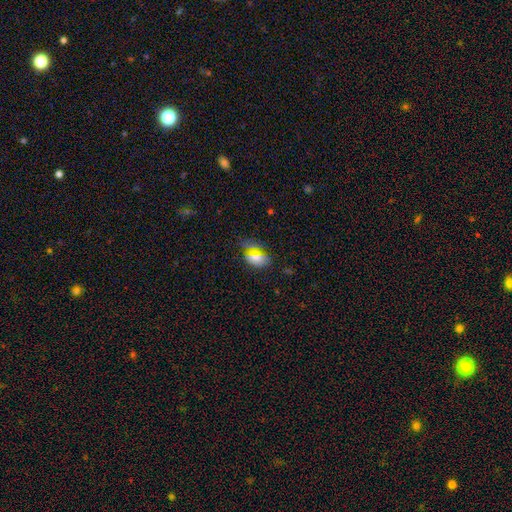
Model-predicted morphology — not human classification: Q: Smooth or featured?
A: smooth (66%); runner-up: star or artifact (23%)
Q: How rounded?
A: in between (82%); runner-up: round (14%)
Q: Merging?
A: none (71%); runner-up: minor disturbance (20%)